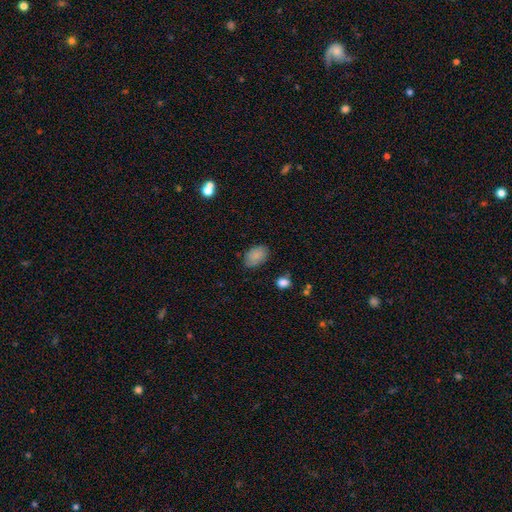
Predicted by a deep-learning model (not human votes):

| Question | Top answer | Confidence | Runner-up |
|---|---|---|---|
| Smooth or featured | smooth | 82% | featured or disk (10%) |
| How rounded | in between | 87% | round (12%) |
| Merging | none | 80% | minor disturbance (15%) |